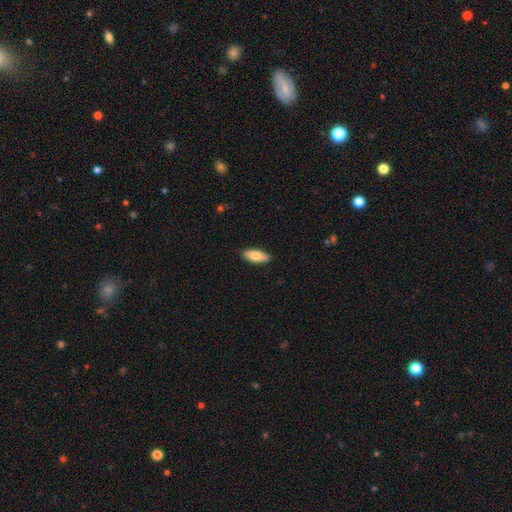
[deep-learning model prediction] Smooth or featured? smooth (77%)
How rounded? in between (72%)
Merging? none (88%)